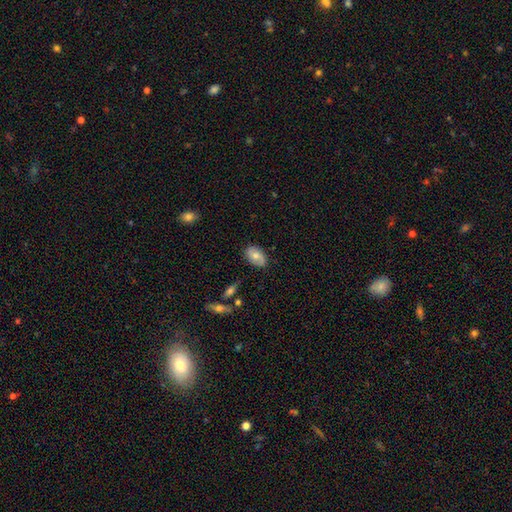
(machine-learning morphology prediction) This appears to be a smooth galaxy with no disk features (64%) that is in between round and cigar-shaped (89%). Merging: none (80%).